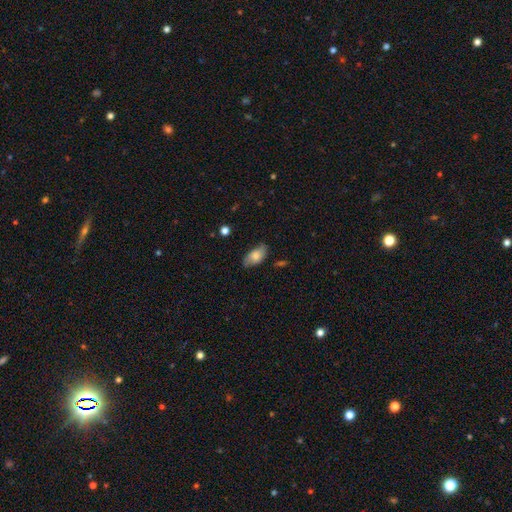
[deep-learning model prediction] A smooth galaxy with no disk features (76%) that is in between round and cigar-shaped (93%).

Vote fractions:
- Smooth or featured? smooth: 76% / featured or disk: 17% / star or artifact: 7%
- How rounded? in between: 93% / cigar-shaped: 4% / round: 3%
- Merging? none: 76% / minor disturbance: 19% / major disturbance: 3% / merger: 1%